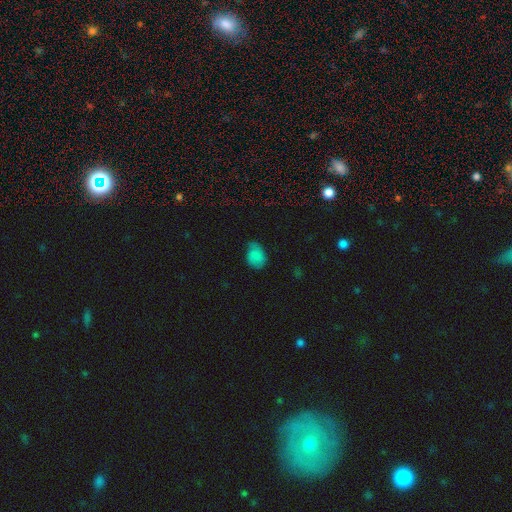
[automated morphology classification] Overall: smooth (76%). How rounded: in between (68%; round 31%). Merging: none (45%; minor disturbance 41%).